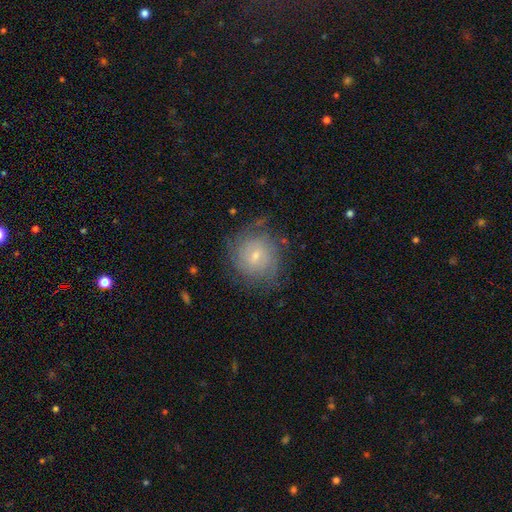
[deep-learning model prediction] This appears to be a featured or disk galaxy (54%) with no bar (55%), spiral arms (76%) and a small central bulge (69%). Merging: none (70%).